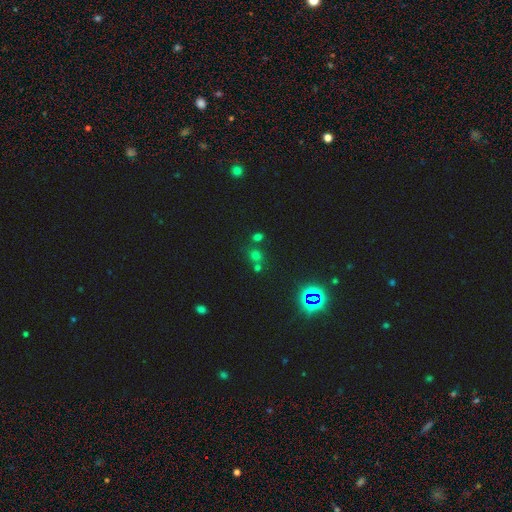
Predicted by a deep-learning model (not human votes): A smooth galaxy with no disk features (49%).

Vote fractions:
- Smooth or featured? smooth: 49% / star or artifact: 43% / featured or disk: 8%
- Merging? none: 63% / merger: 24% / minor disturbance: 9% / major disturbance: 4%